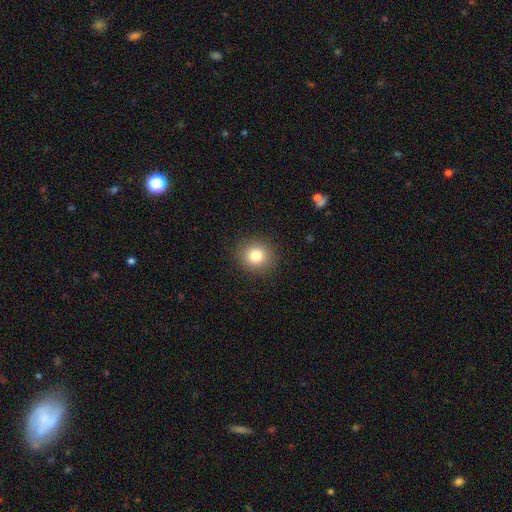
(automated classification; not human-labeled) The model was most divided on "smooth or featured": smooth: 82%, star or artifact: 11%, featured or disk: 7%. More confident: merging — none (90%); how rounded — round (87%).